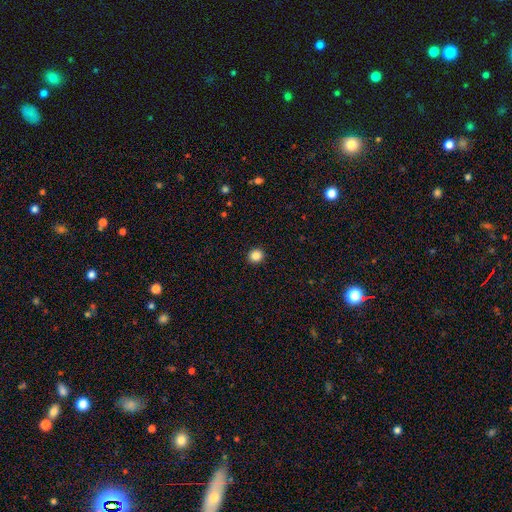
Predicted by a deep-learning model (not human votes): This appears to be a smooth galaxy with no disk features (85%) that is round (90%). Merging: none (93%).